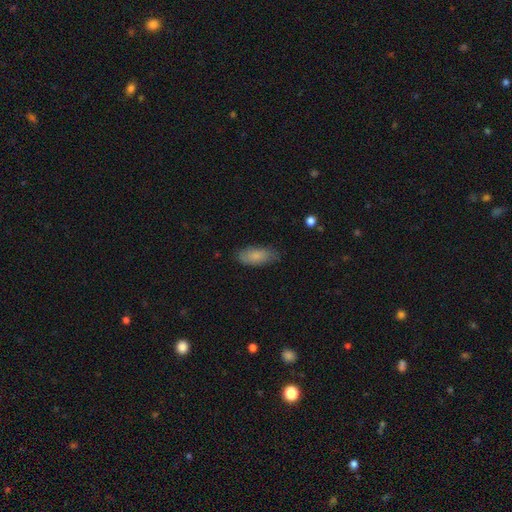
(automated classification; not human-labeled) This appears to be a smooth galaxy with no disk features (80%) that is in between round and cigar-shaped (83%). Merging: none (77%).